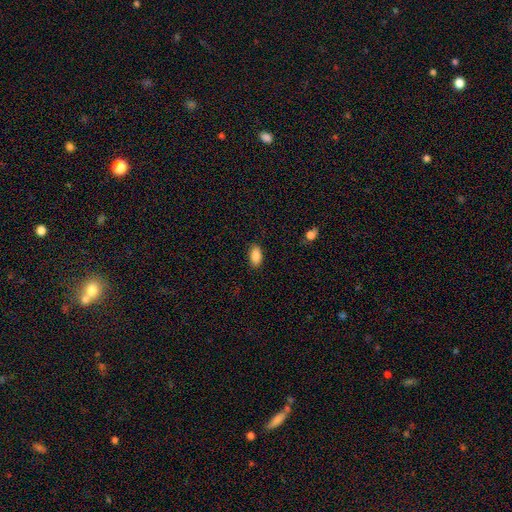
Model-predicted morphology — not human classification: type=smooth (89%); roundness=in between (93%); merging=none (87%).